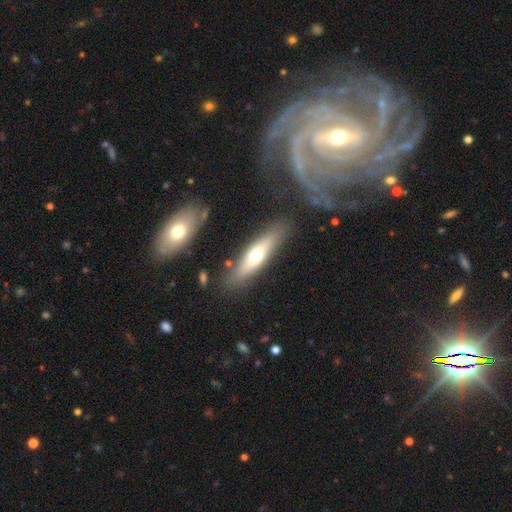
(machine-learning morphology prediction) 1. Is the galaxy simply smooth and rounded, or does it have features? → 54% smooth, 40% featured or disk, 6% star or artifact.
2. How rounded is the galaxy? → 70% cigar-shaped, 28% in between, 2% round.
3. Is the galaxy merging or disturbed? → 81% none, 12% minor disturbance, 4% merger, 3% major disturbance.